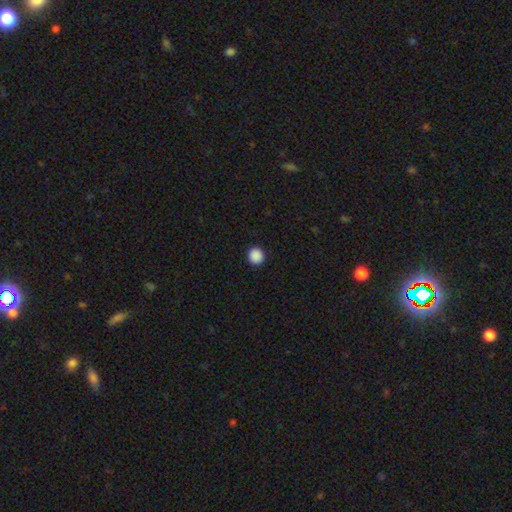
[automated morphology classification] A smooth galaxy with no disk features (89%) that is round (93%). Merging: none (93%).